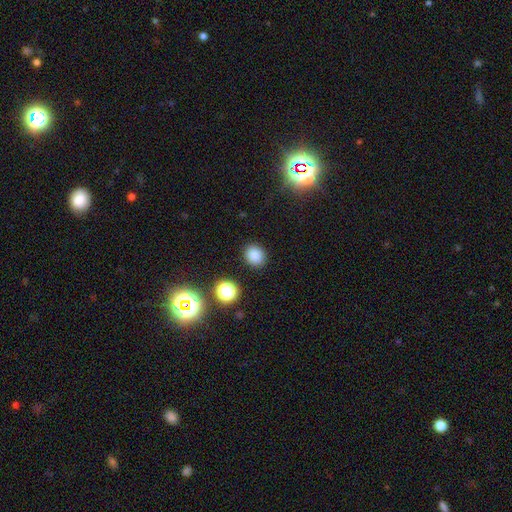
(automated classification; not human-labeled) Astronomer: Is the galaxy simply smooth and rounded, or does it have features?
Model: smooth — 82%.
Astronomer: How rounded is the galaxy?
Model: round — 65%.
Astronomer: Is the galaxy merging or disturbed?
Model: none — 87%.